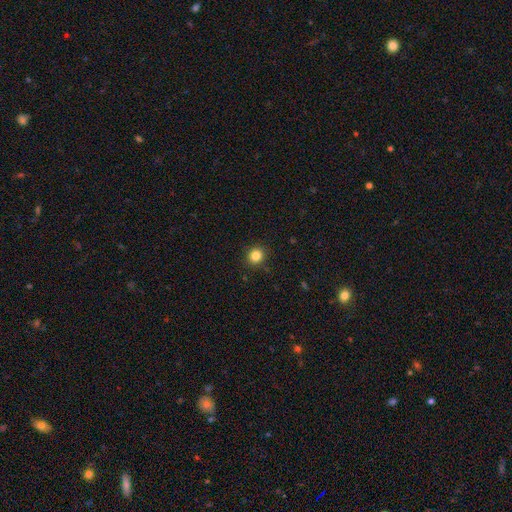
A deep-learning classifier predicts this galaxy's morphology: This is clearly a smooth galaxy (84%). How rounded: clearly round (89%). Merging: clearly none (90%).